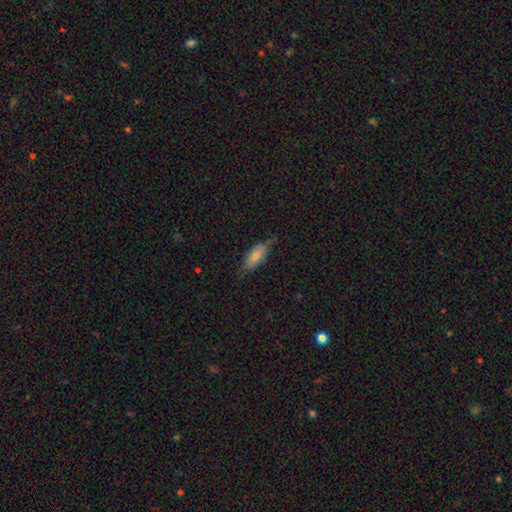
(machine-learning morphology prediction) Overall: smooth (77%). How rounded: in between (74%). Merging: none (61%; minor disturbance 31%).